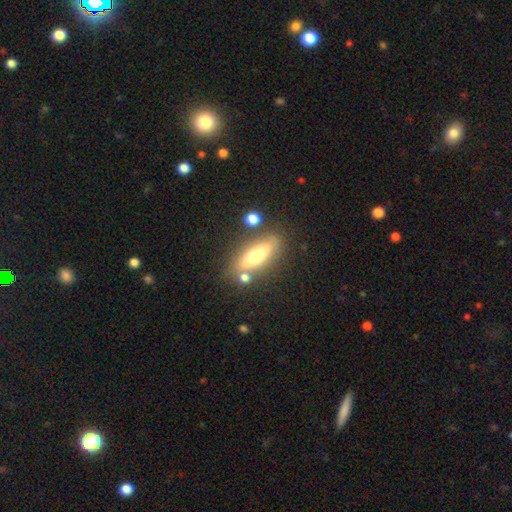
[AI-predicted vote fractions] Overall: smooth (54%; featured or disk 39%). How rounded: cigar-shaped (53%; in between 44%). Merging: none (77%).